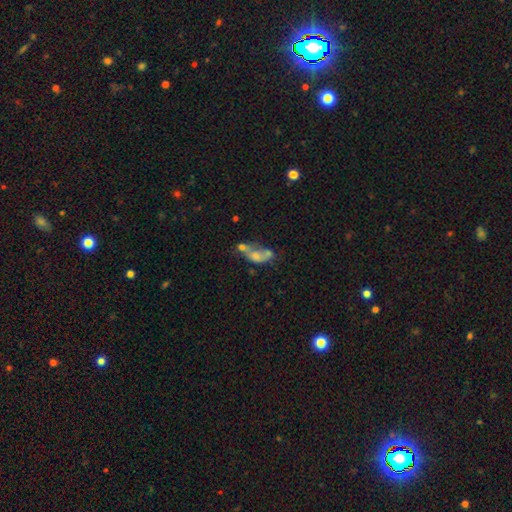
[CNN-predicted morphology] featured or disk 42%, smooth 41%, star or artifact 16%. Down the decision tree: merging — merger (46%).